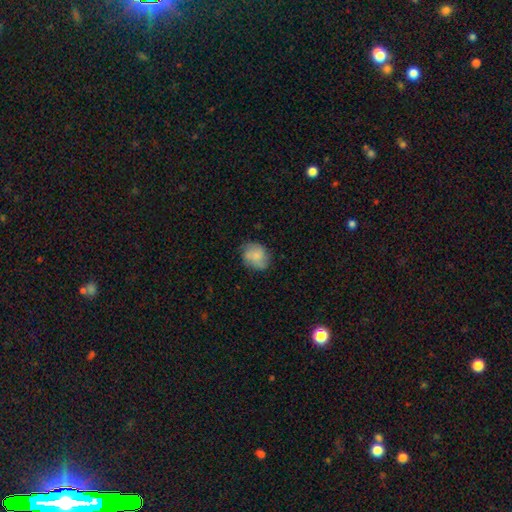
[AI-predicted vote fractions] Overall: smooth (73%). How rounded: round (53%; in between 46%). Merging: none (69%).